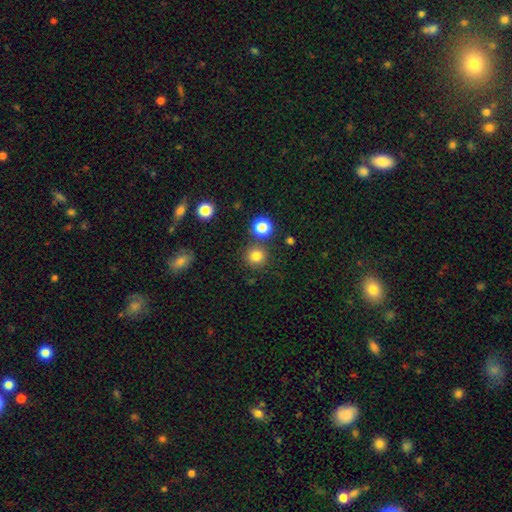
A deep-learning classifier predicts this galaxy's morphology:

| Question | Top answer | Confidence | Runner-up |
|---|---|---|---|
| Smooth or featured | smooth | 80% | star or artifact (15%) |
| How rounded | round | 93% | in between (6%) |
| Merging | none | 83% | merger (8%) |